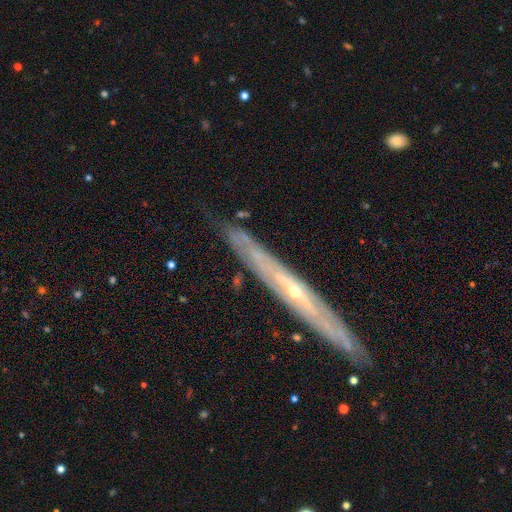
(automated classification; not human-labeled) Smooth or featured? Predicted: featured or disk (p=0.82). Edge-on disk? Predicted: yes (p=0.70). Edge-on bulge? Predicted: rounded (p=0.58). Merging? Predicted: none (p=0.83).